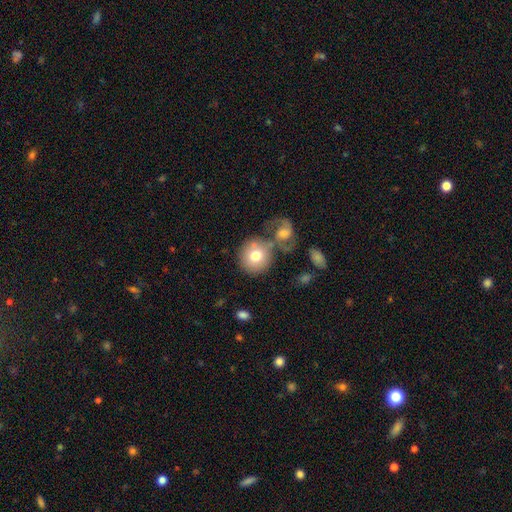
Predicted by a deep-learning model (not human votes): smooth 72%, featured or disk 20%, star or artifact 8%. Down the decision tree: how rounded — round (87%); merging — none (53%).